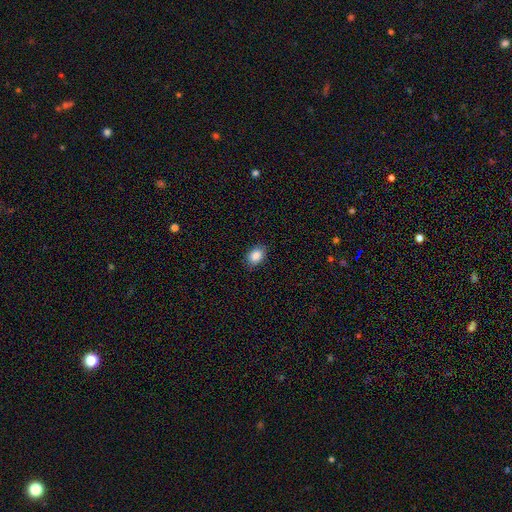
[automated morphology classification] smooth_or_featured: smooth (p=0.87) [alt: star or artifact p=0.08]
how_rounded: in between (p=0.74) [alt: round p=0.25]
merging: none (p=0.84) [alt: minor disturbance p=0.12]